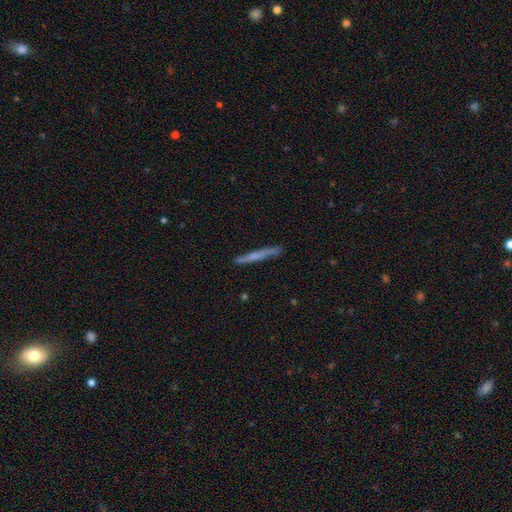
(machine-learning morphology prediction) Overall: smooth (48%; featured or disk 46%). Merging: none (87%).